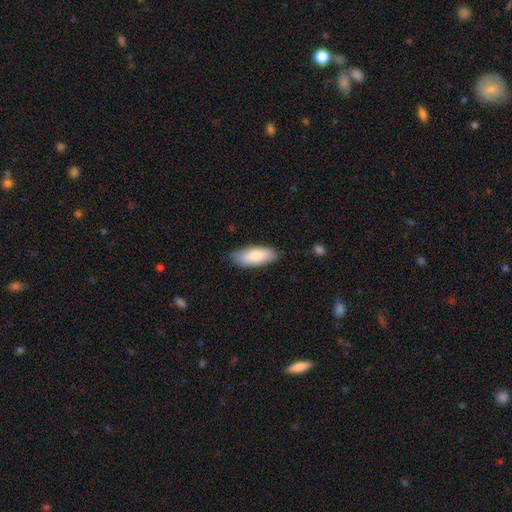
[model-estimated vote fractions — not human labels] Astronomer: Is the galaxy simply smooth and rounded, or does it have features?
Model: smooth — 81%.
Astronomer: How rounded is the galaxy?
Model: in between — 79%.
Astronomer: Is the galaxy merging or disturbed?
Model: none — 83%.